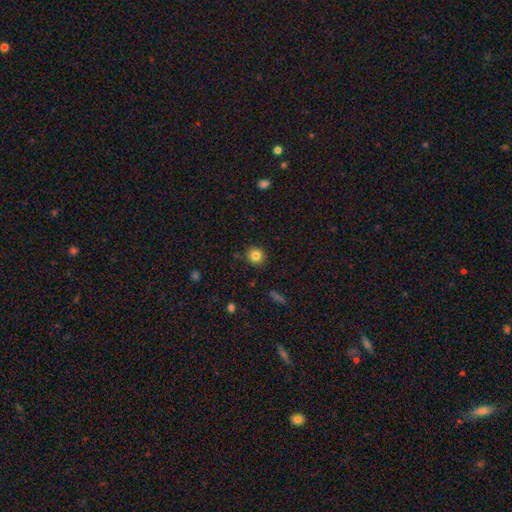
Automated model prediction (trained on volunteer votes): Smooth or featured?
  - smooth: 82% *
  - star or artifact: 11%
  - featured or disk: 7%
How rounded?
  - round: 87% *
  - in between: 12%
  - cigar-shaped: 1%
Merging?
  - none: 89% *
  - minor disturbance: 8%
  - major disturbance: 2%
  - merger: 1%